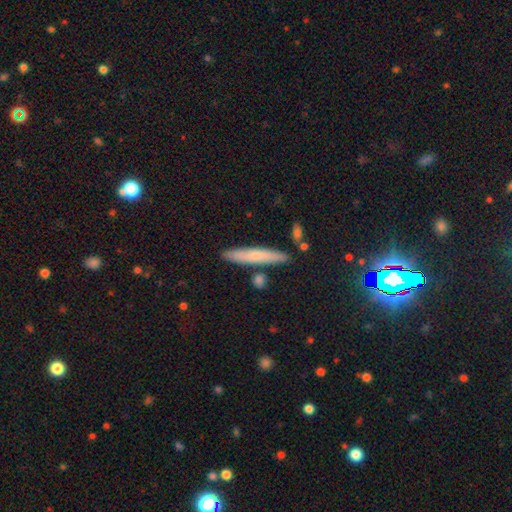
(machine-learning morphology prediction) This appears to be a smooth galaxy with no disk features (63%) that is cigar-shaped (92%). Merging: none (85%).